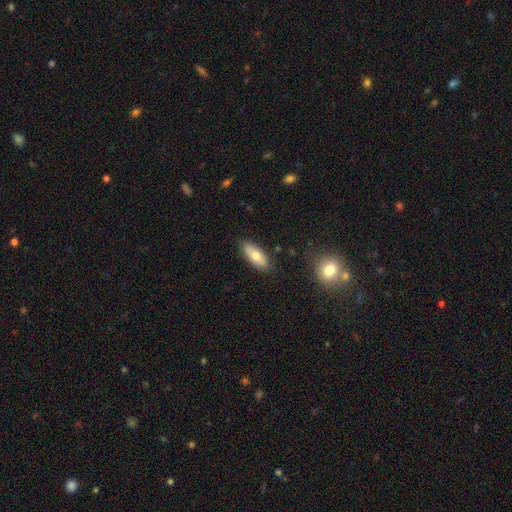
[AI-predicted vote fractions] Q: Smooth or featured?
A: smooth (72%); runner-up: featured or disk (21%)
Q: How rounded?
A: in between (77%); runner-up: cigar-shaped (21%)
Q: Merging?
A: none (85%); runner-up: minor disturbance (11%)